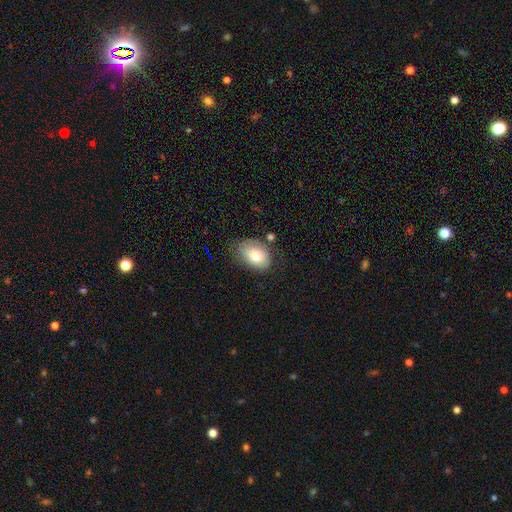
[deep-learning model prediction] smooth_or_featured: smooth (p=0.75) [alt: featured or disk p=0.18]
how_rounded: in between (p=0.87) [alt: round p=0.12]
merging: none (p=0.63) [alt: minor disturbance p=0.25]